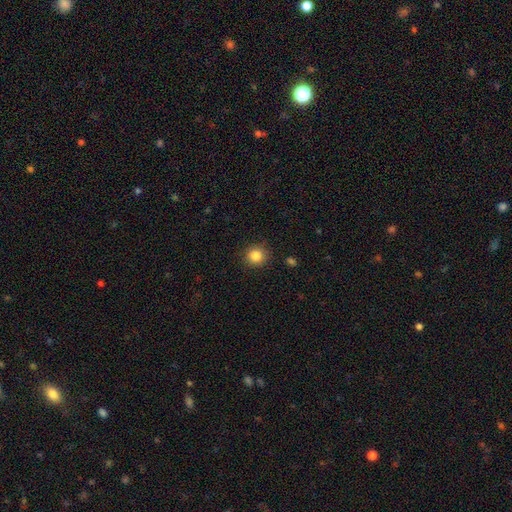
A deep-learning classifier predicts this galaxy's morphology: Smooth or featured: smooth — 84% (star or artifact — 11%)
How rounded: round — 90% (in between — 9%)
Merging: none — 89% (minor disturbance — 7%)